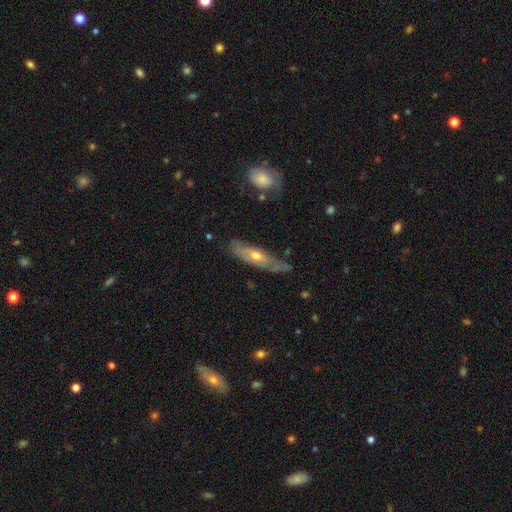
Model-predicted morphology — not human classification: Smooth or featured? featured or disk (56%)
Edge-on disk? yes (50%, tied with no)
Merging? none (64%)